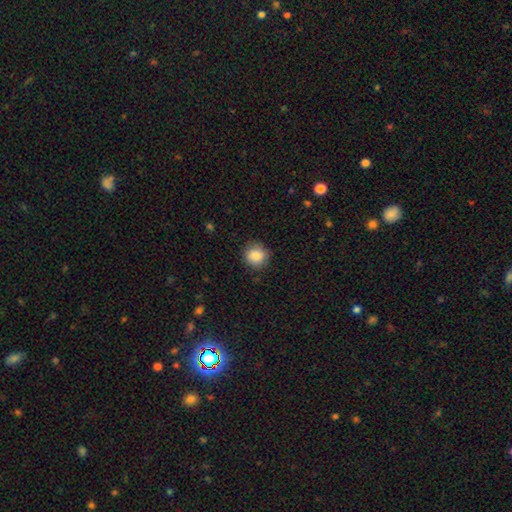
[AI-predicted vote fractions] The model was most divided on "merging": none: 85%, minor disturbance: 11%, major disturbance: 3%, merger: 1%. More confident: how rounded — round (90%); smooth or featured — smooth (86%).